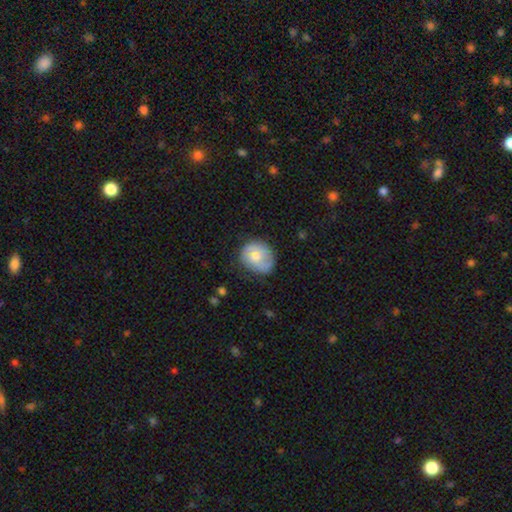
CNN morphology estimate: smooth-or-featured: smooth: 60% | featured or disk: 33% | star or artifact: 7%
  how-rounded: round: 69% | in between: 30% | cigar-shaped: 1%
  merging: none: 63% | minor disturbance: 27% | major disturbance: 8% | merger: 2%